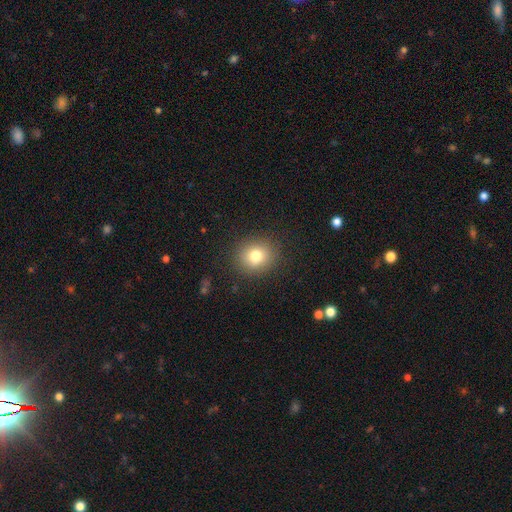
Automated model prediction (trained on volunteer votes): Smooth or featured: smooth — 79% (star or artifact — 12%)
How rounded: round — 73% (in between — 26%)
Merging: none — 88% (minor disturbance — 8%)